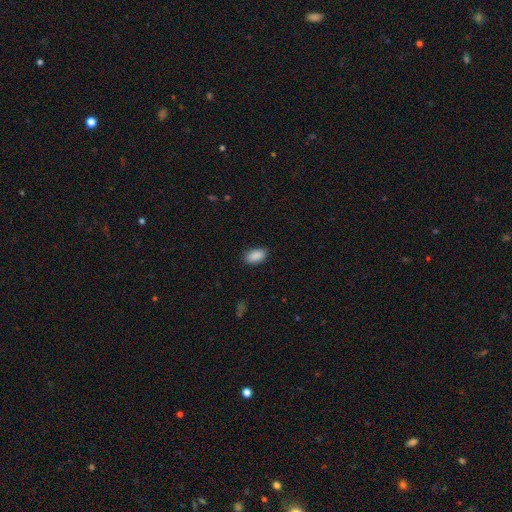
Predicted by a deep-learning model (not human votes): Smooth or featured: smooth — 90% (star or artifact — 7%)
How rounded: in between — 94% (round — 4%)
Merging: none — 87% (minor disturbance — 10%)